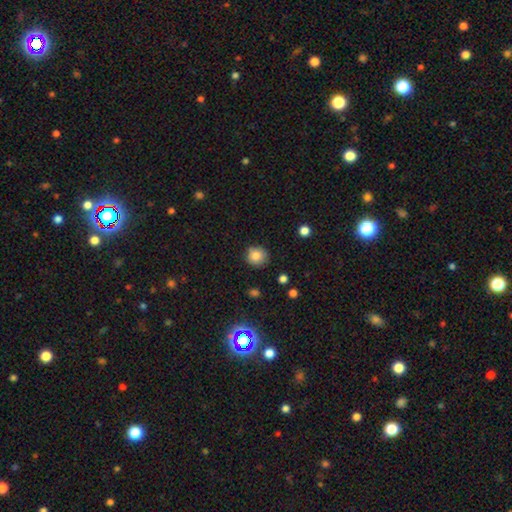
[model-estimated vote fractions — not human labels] Smooth or featured: smooth — 84% (star or artifact — 10%)
How rounded: round — 90% (in between — 9%)
Merging: none — 83% (minor disturbance — 13%)